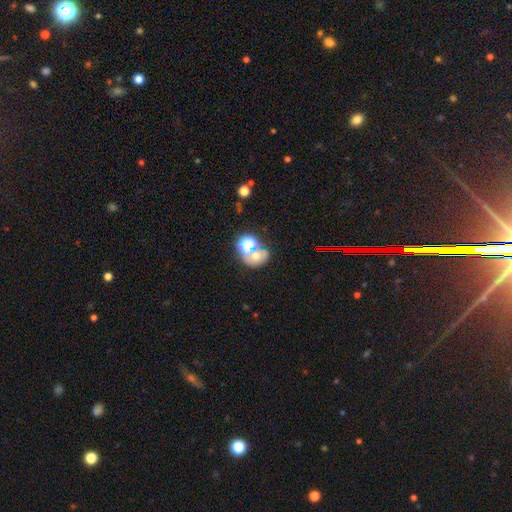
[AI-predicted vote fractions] smooth_or_featured: smooth (p=0.50) [alt: featured or disk p=0.28]
how_rounded: round (p=0.57) [alt: in between p=0.42]
merging: merger (p=0.46) [alt: none p=0.36]